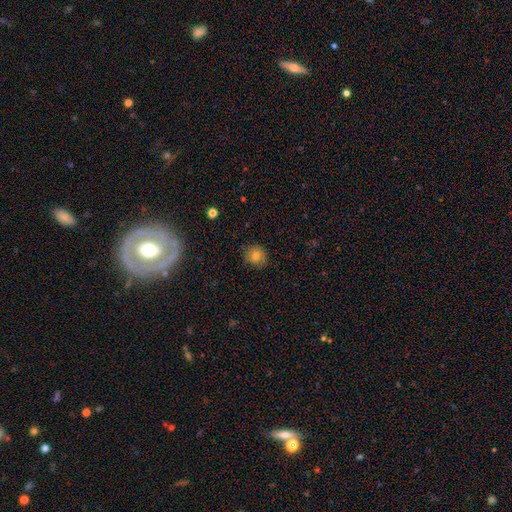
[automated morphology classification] Overall: smooth (74%). How rounded: round (78%). Merging: none (79%).